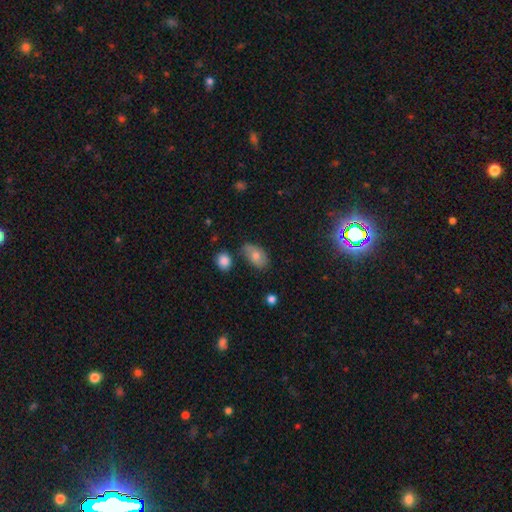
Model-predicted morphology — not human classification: A smooth galaxy with no disk features (69%) that is in between round and cigar-shaped (89%). Merging: none (63%).